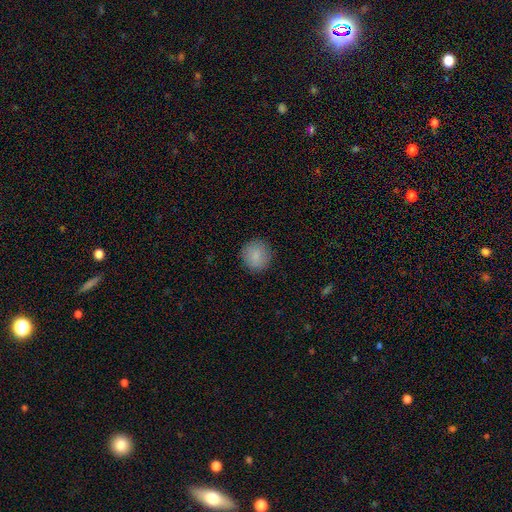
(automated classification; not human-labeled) Smooth or featured?
  - smooth: 87% *
  - star or artifact: 8%
  - featured or disk: 5%
How rounded?
  - round: 91% *
  - in between: 8%
  - cigar-shaped: 1%
Merging?
  - none: 89% *
  - minor disturbance: 7%
  - major disturbance: 2%
  - merger: 1%